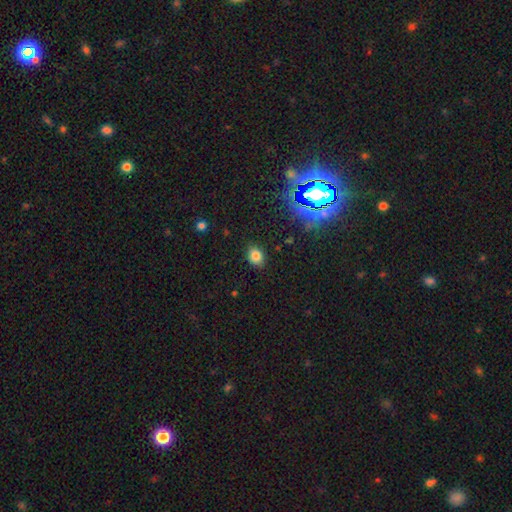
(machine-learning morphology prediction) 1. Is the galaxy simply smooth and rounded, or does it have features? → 78% smooth, 15% star or artifact, 6% featured or disk.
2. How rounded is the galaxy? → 59% in between, 40% round, 1% cigar-shaped.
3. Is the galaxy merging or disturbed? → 86% none, 11% minor disturbance, 3% major disturbance, 1% merger.